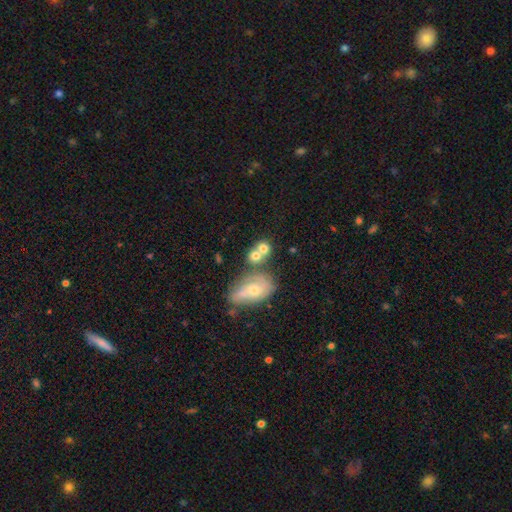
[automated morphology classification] smooth 68%, featured or disk 21%, star or artifact 11%. Down the decision tree: how rounded — round (60%); merging — merger (54%).